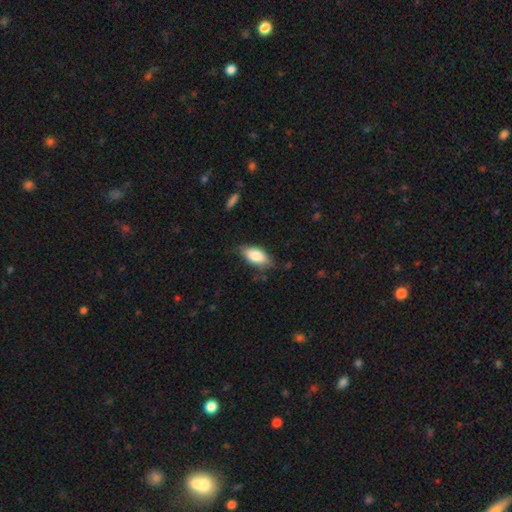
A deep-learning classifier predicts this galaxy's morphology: Smooth or featured? smooth (81%)
How rounded? in between (90%)
Merging? none (68%)